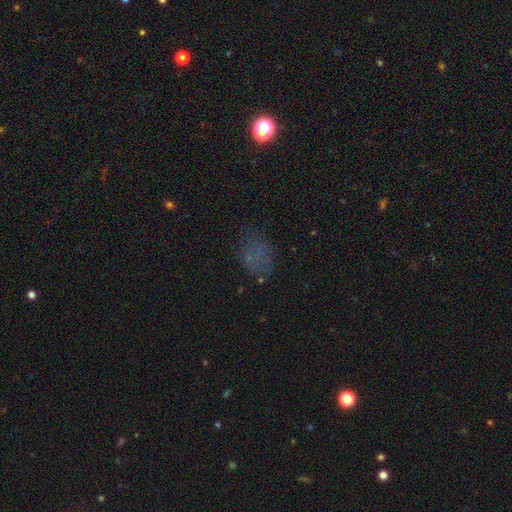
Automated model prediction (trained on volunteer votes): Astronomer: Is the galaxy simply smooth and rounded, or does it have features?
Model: smooth — 54%.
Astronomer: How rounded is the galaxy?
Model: in between — 65%.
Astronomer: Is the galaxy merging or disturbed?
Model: none — 60%.